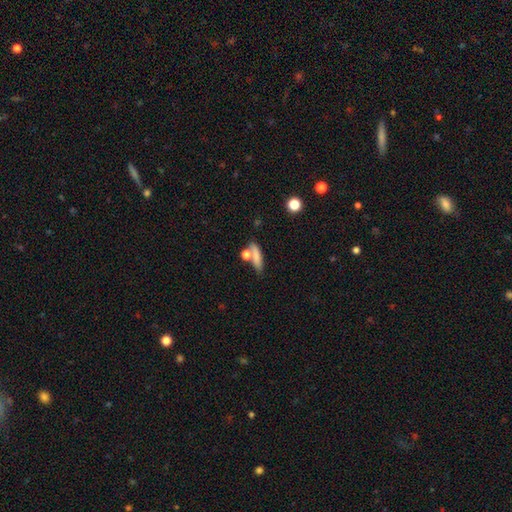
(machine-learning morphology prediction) smooth-or-featured: smooth: 74% | featured or disk: 17% | star or artifact: 9%
  how-rounded: cigar-shaped: 57% | in between: 35% | round: 8%
  merging: none: 57% | merger: 22% | minor disturbance: 15% | major disturbance: 6%